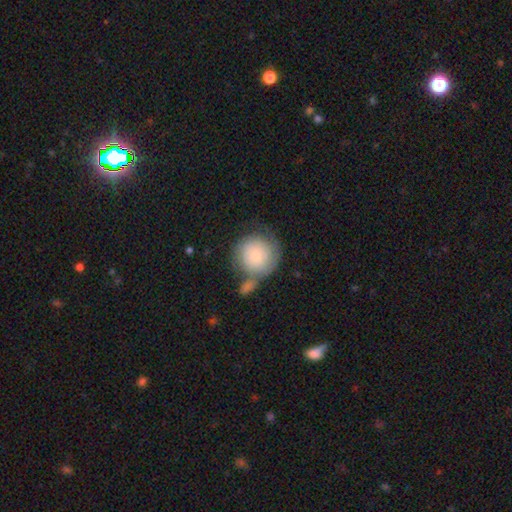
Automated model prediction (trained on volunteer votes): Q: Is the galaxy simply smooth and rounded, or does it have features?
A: smooth — 73%.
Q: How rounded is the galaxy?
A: round — 91%.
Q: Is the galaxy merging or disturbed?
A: none — 42%.